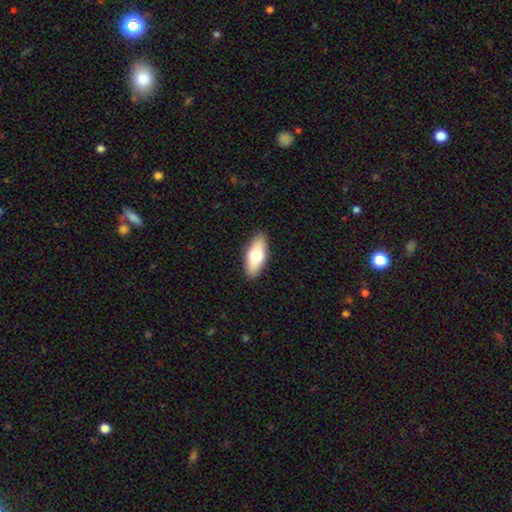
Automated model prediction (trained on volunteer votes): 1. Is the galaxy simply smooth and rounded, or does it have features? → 66% smooth, 27% featured or disk, 6% star or artifact.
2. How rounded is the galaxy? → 80% in between, 17% cigar-shaped, 3% round.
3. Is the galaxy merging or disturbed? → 89% none, 8% minor disturbance, 2% major disturbance, 1% merger.